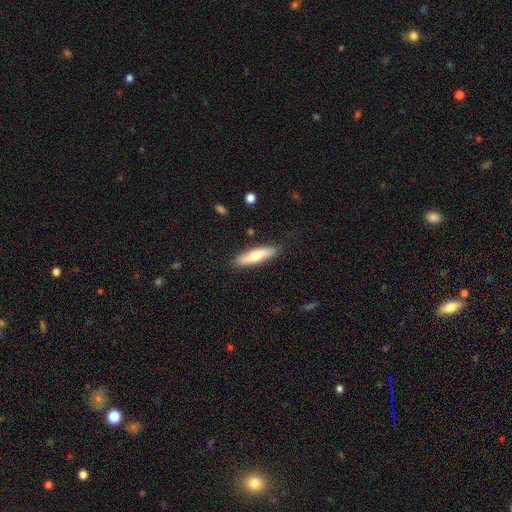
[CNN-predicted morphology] Smooth or featured?
  - smooth: 66% *
  - featured or disk: 29%
  - star or artifact: 5%
How rounded?
  - cigar-shaped: 76% *
  - in between: 23%
  - round: 2%
Merging?
  - none: 84% *
  - minor disturbance: 12%
  - major disturbance: 2%
  - merger: 1%